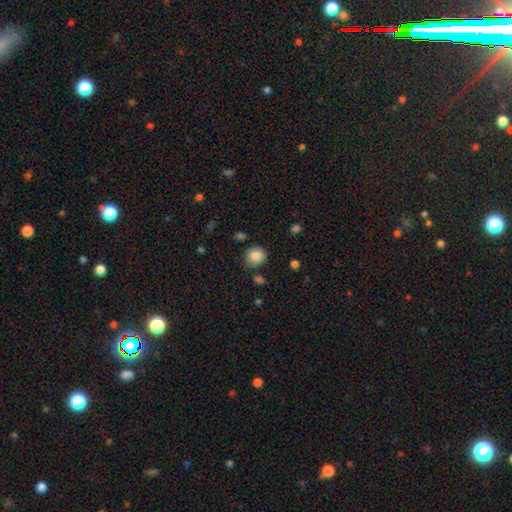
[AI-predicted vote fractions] The model was most divided on "how rounded": round: 80%, in between: 20%, cigar-shaped: 1%. More confident: smooth or featured — smooth (83%); merging — none (79%).